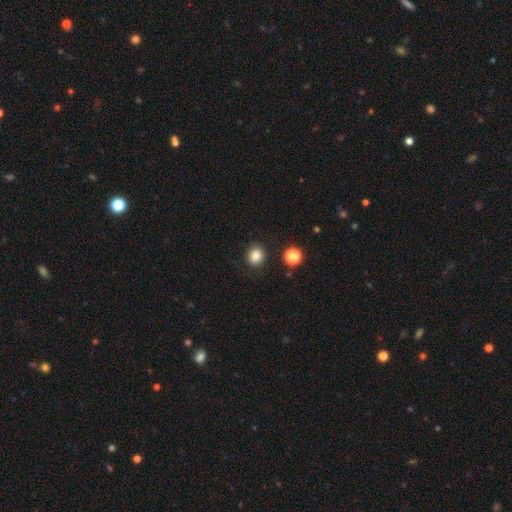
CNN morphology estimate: Smooth or featured?
  - smooth: 84% *
  - star or artifact: 11%
  - featured or disk: 5%
How rounded?
  - round: 72% *
  - in between: 27%
  - cigar-shaped: 1%
Merging?
  - none: 87% *
  - minor disturbance: 8%
  - major disturbance: 3%
  - merger: 2%